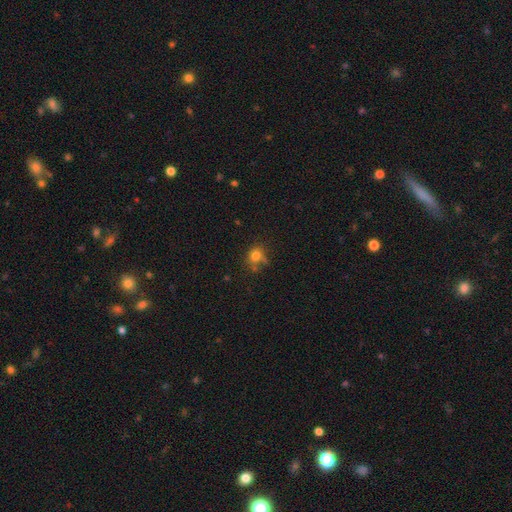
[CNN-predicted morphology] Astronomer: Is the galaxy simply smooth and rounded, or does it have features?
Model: smooth — 77%.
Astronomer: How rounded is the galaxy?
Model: round — 69%.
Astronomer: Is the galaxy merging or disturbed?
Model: none — 59%.